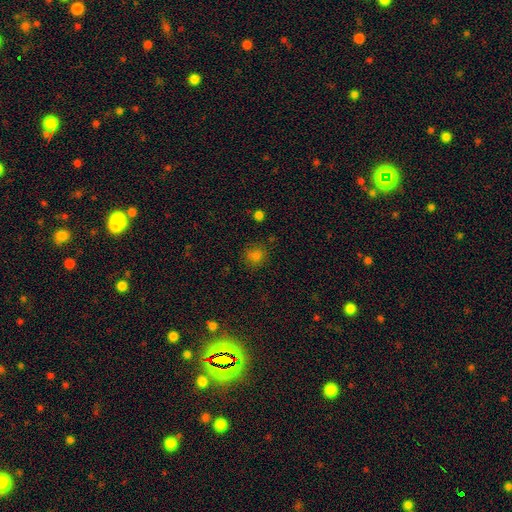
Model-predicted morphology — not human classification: The model was most divided on "smooth or featured": smooth: 77%, star or artifact: 18%, featured or disk: 5%. More confident: how rounded — round (83%); merging — none (82%).